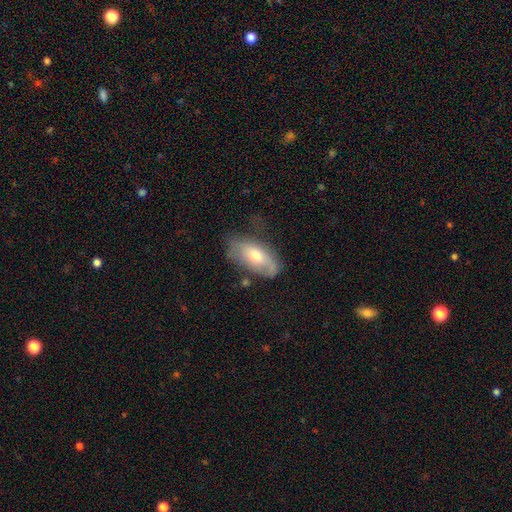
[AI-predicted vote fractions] Q: Smooth or featured?
A: smooth (58%); runner-up: featured or disk (35%)
Q: How rounded?
A: in between (89%); runner-up: cigar-shaped (8%)
Q: Merging?
A: none (54%); runner-up: minor disturbance (30%)